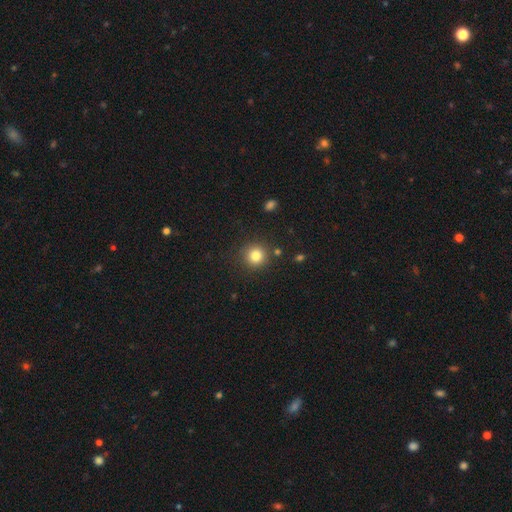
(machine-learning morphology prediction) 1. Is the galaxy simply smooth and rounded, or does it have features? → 82% smooth, 12% star or artifact, 6% featured or disk.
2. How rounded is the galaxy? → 93% round, 6% in between, 1% cigar-shaped.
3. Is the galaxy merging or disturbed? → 86% none, 7% minor disturbance, 3% merger, 3% major disturbance.